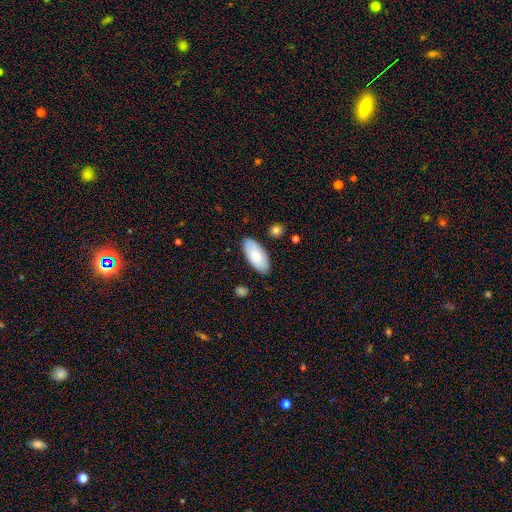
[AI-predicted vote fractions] Morphology: type=smooth (80%); roundness=in between (92%); merging=none (85%).